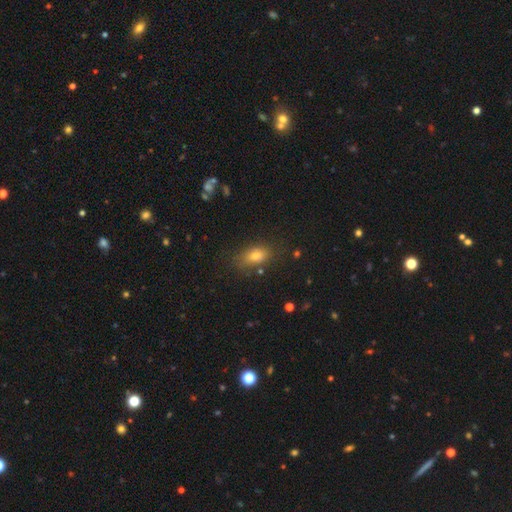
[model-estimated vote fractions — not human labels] A smooth galaxy with no disk features (76%) that is in between round and cigar-shaped (82%).

Vote fractions:
- Smooth or featured? smooth: 76% / star or artifact: 13% / featured or disk: 11%
- How rounded? in between: 82% / round: 12% / cigar-shaped: 5%
- Merging? none: 78% / minor disturbance: 15% / major disturbance: 5% / merger: 3%